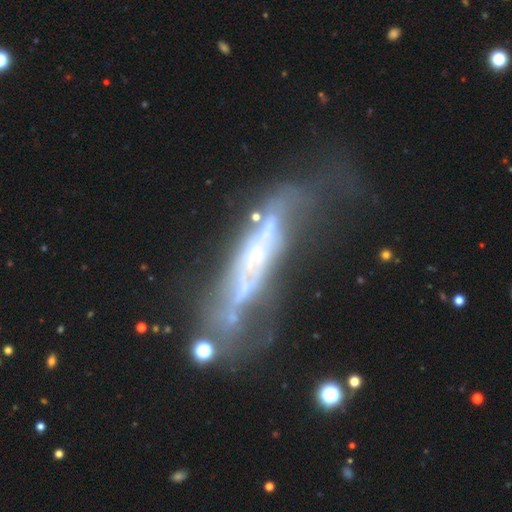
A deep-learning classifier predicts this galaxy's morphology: A featured or disk galaxy (72%) viewed edge-on (53%).

Vote fractions:
- Smooth or featured? featured or disk: 72% / smooth: 18% / star or artifact: 10%
- Edge-on disk? yes: 53% / no: 47%
- Merging? none: 39% / major disturbance: 27% / minor disturbance: 23% / merger: 10%